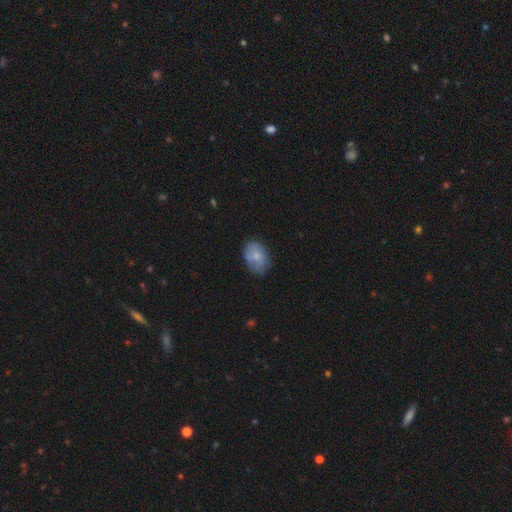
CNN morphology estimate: This appears to be a smooth galaxy with no disk features (68%) that is in between round and cigar-shaped (76%). Merging: none (66%).